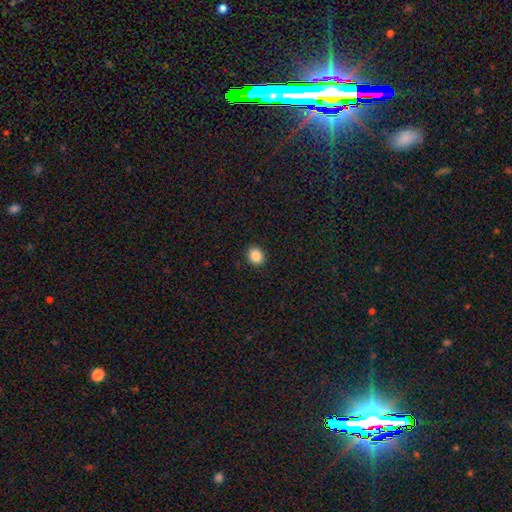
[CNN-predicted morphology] This is clearly a smooth galaxy (87%). How rounded: likely round (60%). Merging: clearly none (91%).